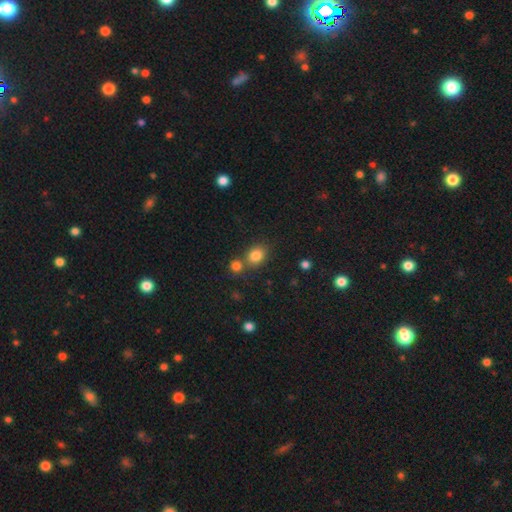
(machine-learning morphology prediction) smooth 82%, star or artifact 12%, featured or disk 7%. Down the decision tree: how rounded — round (58%); merging — none (62%).